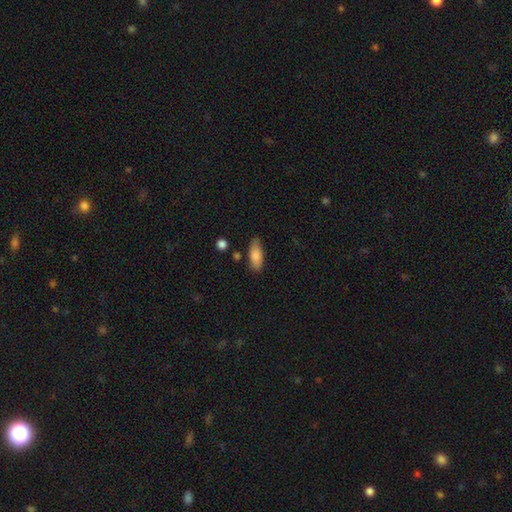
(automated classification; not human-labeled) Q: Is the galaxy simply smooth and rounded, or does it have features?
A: smooth — 84%.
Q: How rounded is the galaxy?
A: in between — 73%.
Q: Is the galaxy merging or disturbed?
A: none — 79%.